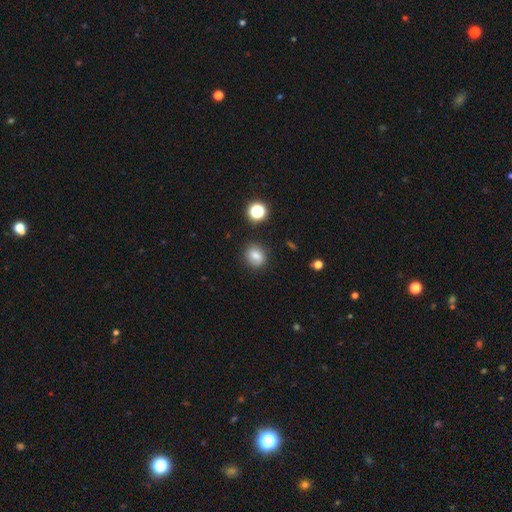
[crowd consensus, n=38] Morphology: type=smooth (76%); roundness=in between (55%); merging=none (88%).